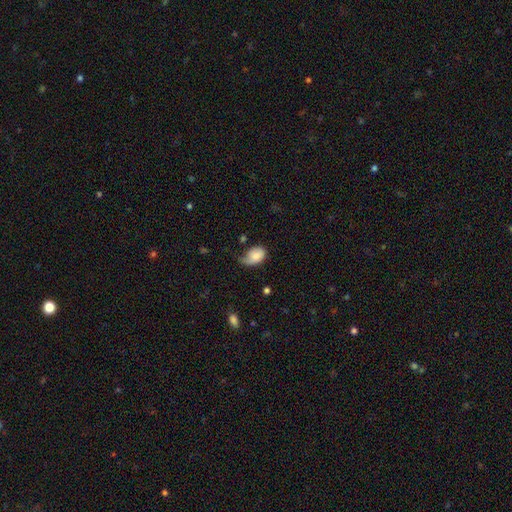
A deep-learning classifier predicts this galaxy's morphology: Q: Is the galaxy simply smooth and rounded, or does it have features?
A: smooth — 73%.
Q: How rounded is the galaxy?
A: in between — 84%.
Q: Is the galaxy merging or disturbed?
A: minor disturbance — 40%.